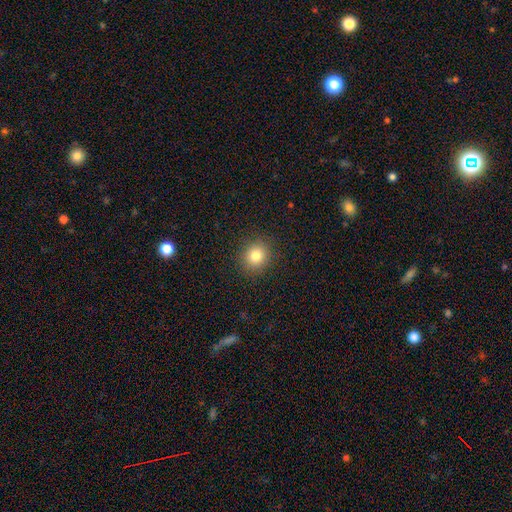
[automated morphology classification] Q: Smooth or featured?
A: smooth (82%); runner-up: star or artifact (12%)
Q: How rounded?
A: round (83%); runner-up: in between (16%)
Q: Merging?
A: none (90%); runner-up: minor disturbance (6%)